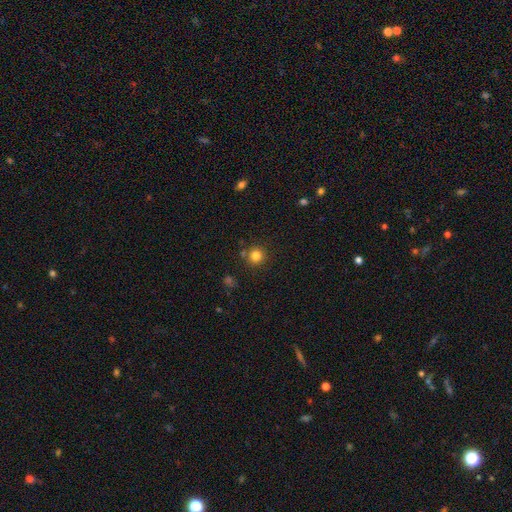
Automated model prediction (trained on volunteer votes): smooth-or-featured: smooth: 82% | star or artifact: 13% | featured or disk: 5%
  how-rounded: round: 94% | in between: 5% | cigar-shaped: 1%
  merging: none: 83% | minor disturbance: 8% | merger: 6% | major disturbance: 3%